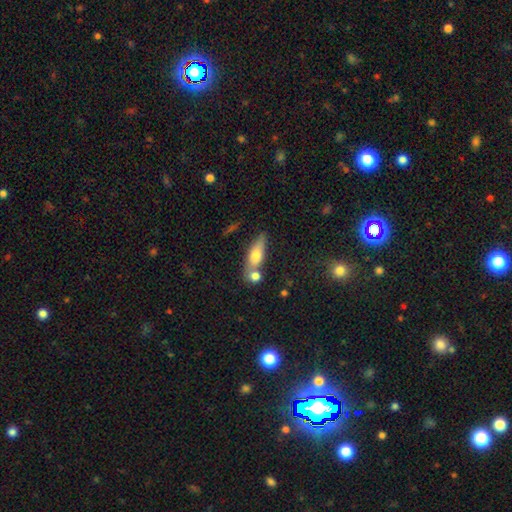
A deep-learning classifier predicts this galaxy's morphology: This appears to be a smooth galaxy with no disk features (64%) that is in between round and cigar-shaped (52%). Merging: none (51%).